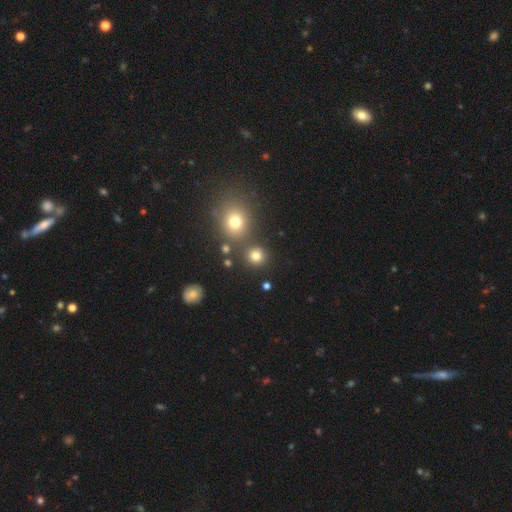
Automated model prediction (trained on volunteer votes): Smooth or featured?
  - smooth: 76% *
  - star or artifact: 18%
  - featured or disk: 6%
How rounded?
  - round: 90% *
  - in between: 9%
  - cigar-shaped: 1%
Merging?
  - none: 80% *
  - merger: 10%
  - minor disturbance: 7%
  - major disturbance: 3%